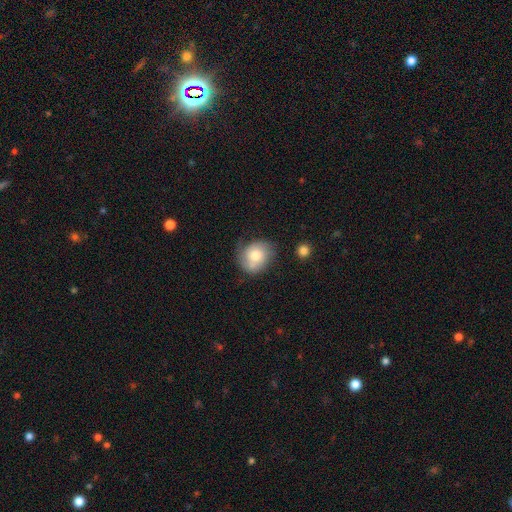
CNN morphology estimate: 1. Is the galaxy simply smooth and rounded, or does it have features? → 62% smooth, 31% featured or disk, 8% star or artifact.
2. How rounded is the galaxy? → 63% round, 36% in between, 1% cigar-shaped.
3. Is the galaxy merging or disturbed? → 58% none, 29% minor disturbance, 9% major disturbance, 4% merger.